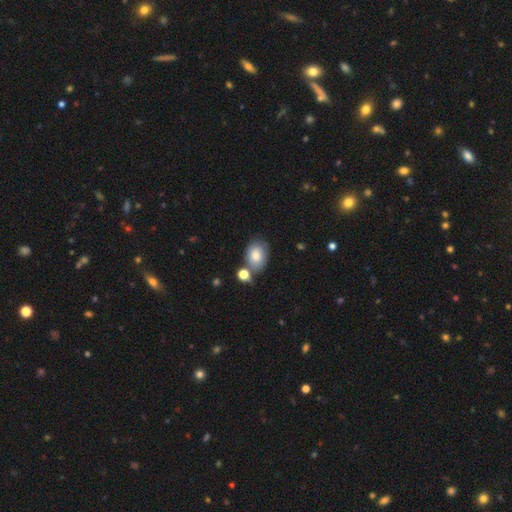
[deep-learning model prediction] Smooth or featured?
  - smooth: 79% *
  - featured or disk: 13%
  - star or artifact: 8%
How rounded?
  - in between: 76% *
  - round: 22%
  - cigar-shaped: 1%
Merging?
  - none: 60% *
  - minor disturbance: 18%
  - merger: 17%
  - major disturbance: 5%